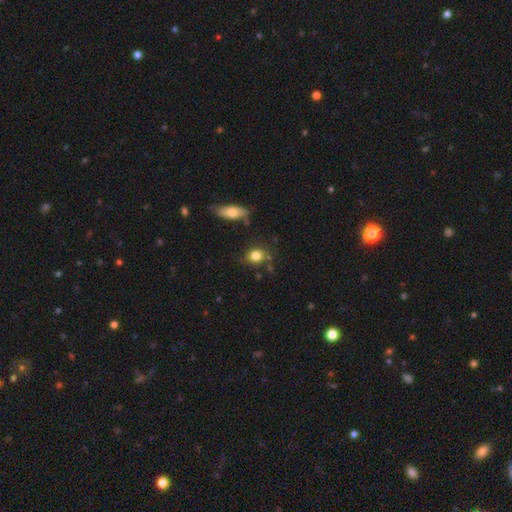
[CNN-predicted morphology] Smooth or featured? smooth (82%)
How rounded? round (63%)
Merging? none (75%)